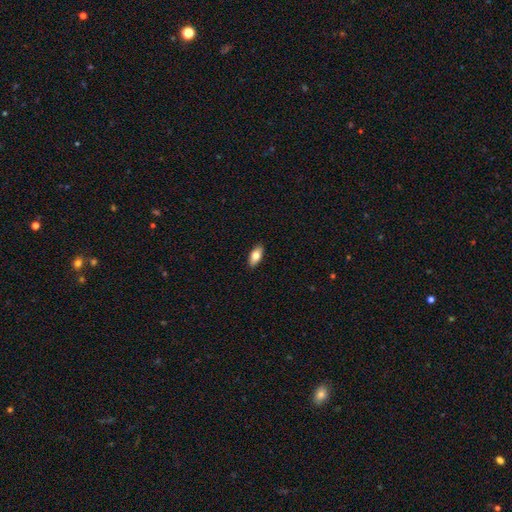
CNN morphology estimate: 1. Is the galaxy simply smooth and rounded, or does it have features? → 78% smooth, 15% featured or disk, 6% star or artifact.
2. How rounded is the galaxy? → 87% in between, 10% cigar-shaped, 3% round.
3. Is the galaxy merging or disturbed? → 90% none, 7% minor disturbance, 2% major disturbance, 1% merger.